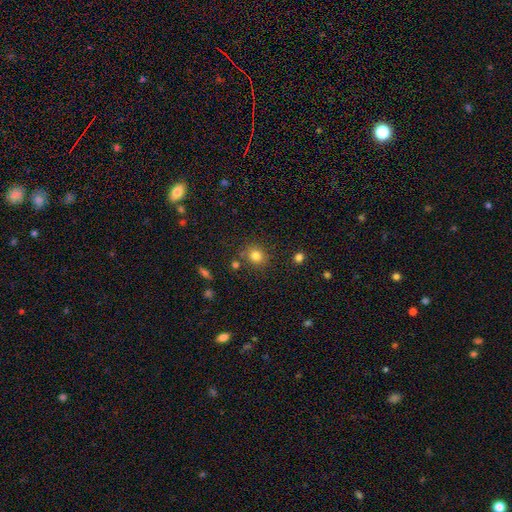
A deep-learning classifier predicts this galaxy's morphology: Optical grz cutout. It shows a smooth galaxy with no disk features (81%) that is round (82%). Merging: none (80%).